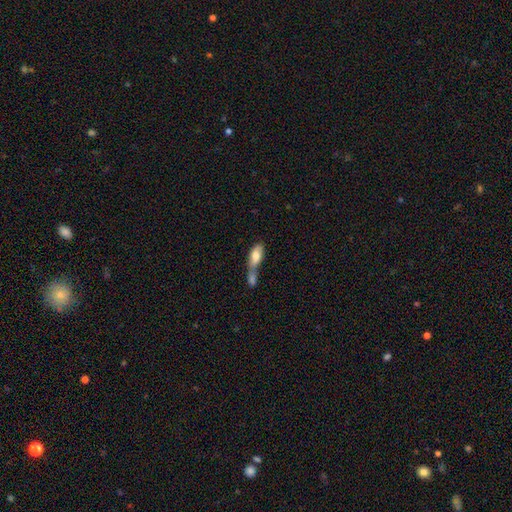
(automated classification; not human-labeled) This appears to be a smooth galaxy with no disk features (75%) that is in between round and cigar-shaped (80%). Merging: merger (72%).